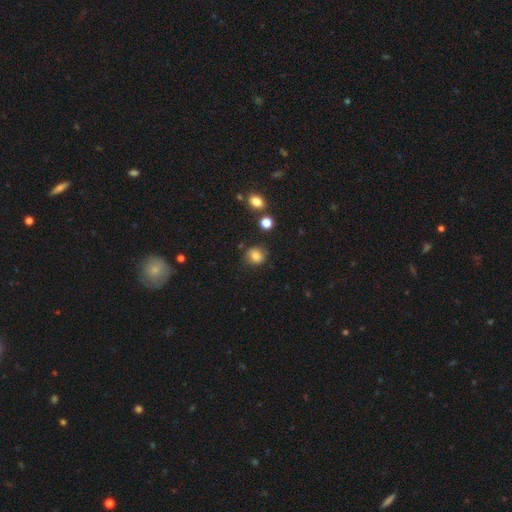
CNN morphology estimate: Smooth or featured? smooth (82%)
How rounded? round (77%)
Merging? none (80%)